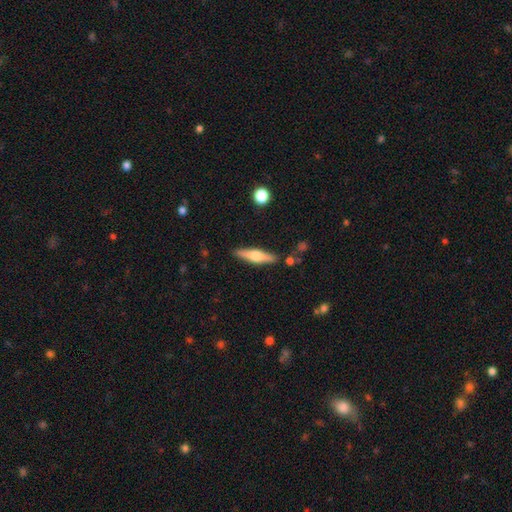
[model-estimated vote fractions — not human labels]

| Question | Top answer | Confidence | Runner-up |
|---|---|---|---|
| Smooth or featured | featured or disk | 55% | smooth (39%) |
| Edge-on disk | yes | 96% | no (4%) |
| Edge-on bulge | rounded | 89% | boxy (8%) |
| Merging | none | 86% | minor disturbance (9%) |